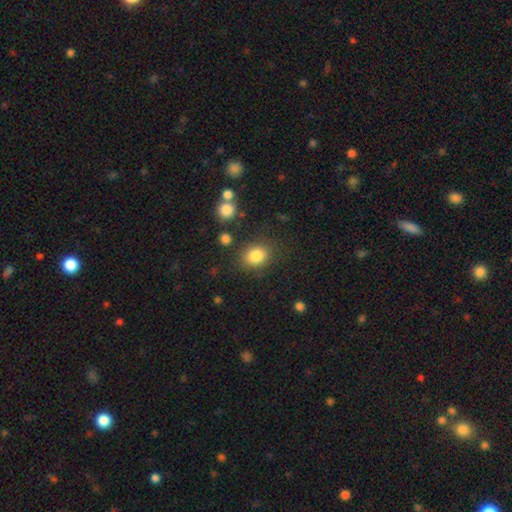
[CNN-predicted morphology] Q: Smooth or featured?
A: smooth (84%); runner-up: star or artifact (10%)
Q: How rounded?
A: round (52%); runner-up: in between (47%)
Q: Merging?
A: none (79%); runner-up: minor disturbance (13%)